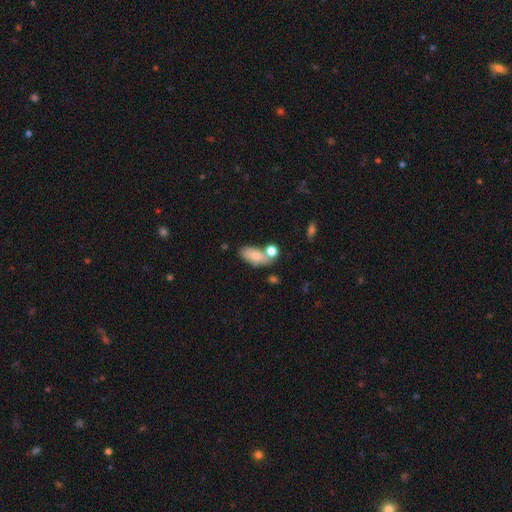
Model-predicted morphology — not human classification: smooth 79%, featured or disk 14%, star or artifact 8%. Down the decision tree: how rounded — in between (88%); merging — none (49%).